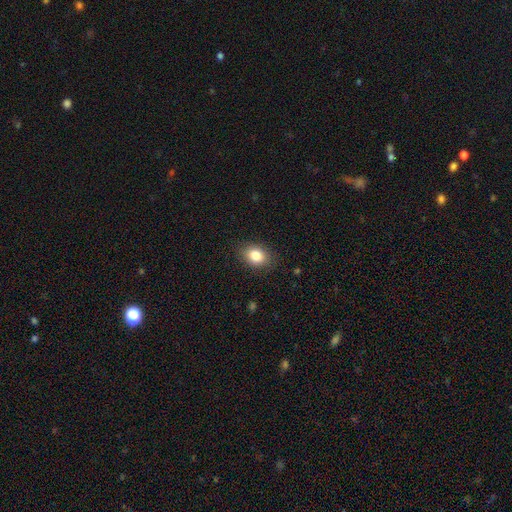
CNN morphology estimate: A smooth galaxy with no disk features (84%) that is in between round and cigar-shaped (67%). Merging: none (86%).